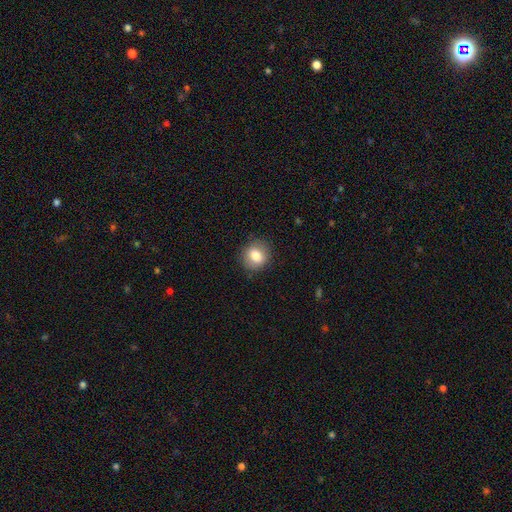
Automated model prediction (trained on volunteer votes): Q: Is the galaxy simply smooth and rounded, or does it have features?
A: smooth — 81%.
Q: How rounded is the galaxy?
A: round — 77%.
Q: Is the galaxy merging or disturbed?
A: none — 85%.